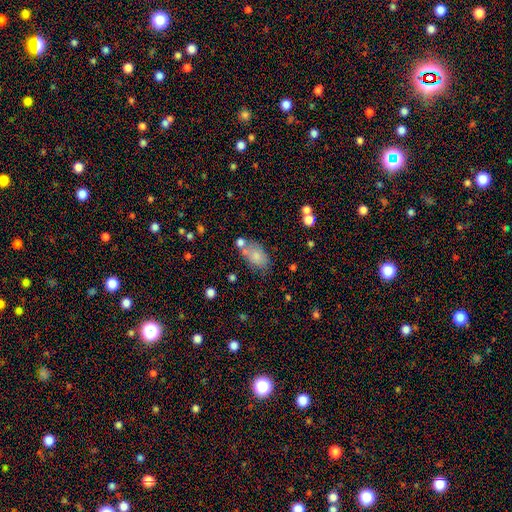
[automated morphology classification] smooth_or_featured: smooth (p=0.76) [alt: featured or disk p=0.15]
how_rounded: in between (p=0.89) [alt: round p=0.09]
merging: none (p=0.56) [alt: minor disturbance p=0.20]